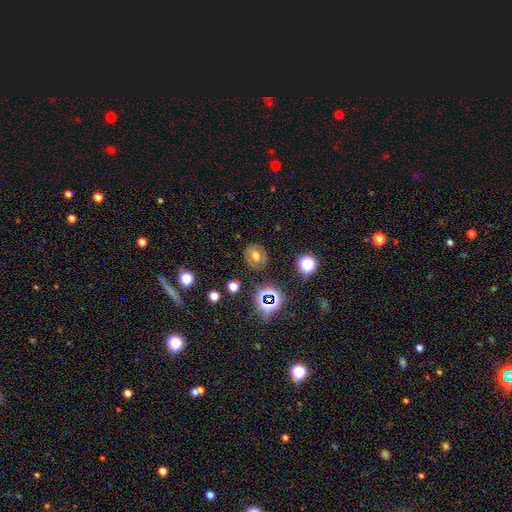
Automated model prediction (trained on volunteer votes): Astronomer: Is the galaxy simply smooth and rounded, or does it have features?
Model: smooth — 45% (runner-up: featured or disk, 30%).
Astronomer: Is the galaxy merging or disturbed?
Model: none — 82%.